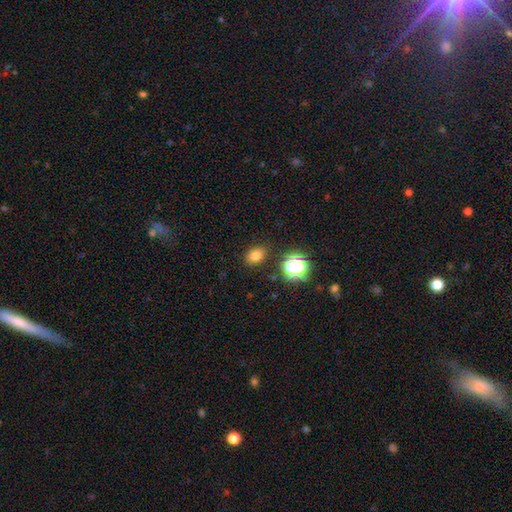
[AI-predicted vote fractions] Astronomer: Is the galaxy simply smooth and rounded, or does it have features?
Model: smooth — 76%.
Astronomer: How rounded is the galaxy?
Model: in between — 65%.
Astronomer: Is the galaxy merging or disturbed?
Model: none — 85%.